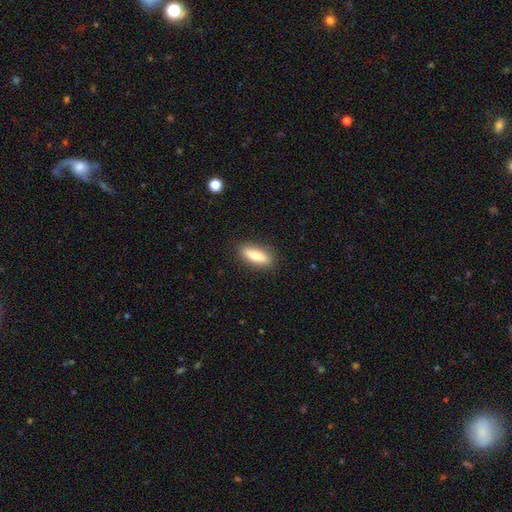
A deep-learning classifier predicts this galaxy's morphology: type=smooth (78%); roundness=in between (53%); merging=none (87%).